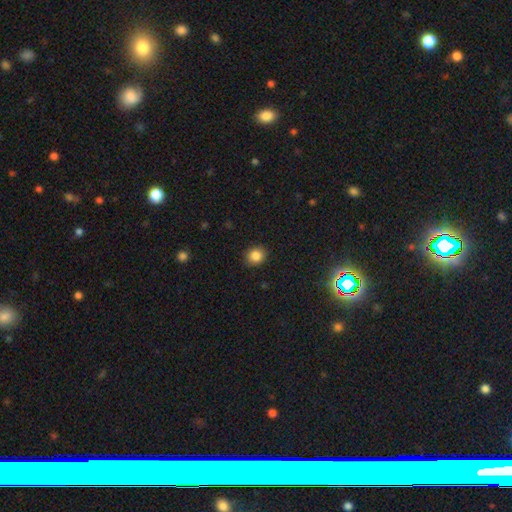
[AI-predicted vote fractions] Smooth or featured? smooth (85%)
How rounded? round (77%)
Merging? none (90%)